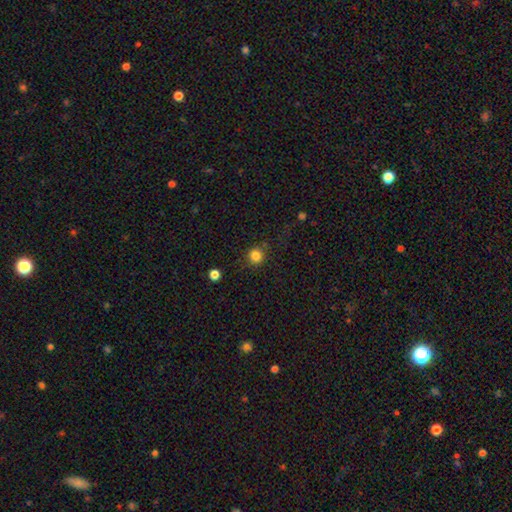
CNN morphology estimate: smooth_or_featured: smooth (p=0.83) [alt: star or artifact p=0.13]
how_rounded: round (p=0.92) [alt: in between p=0.07]
merging: none (p=0.84) [alt: minor disturbance p=0.10]